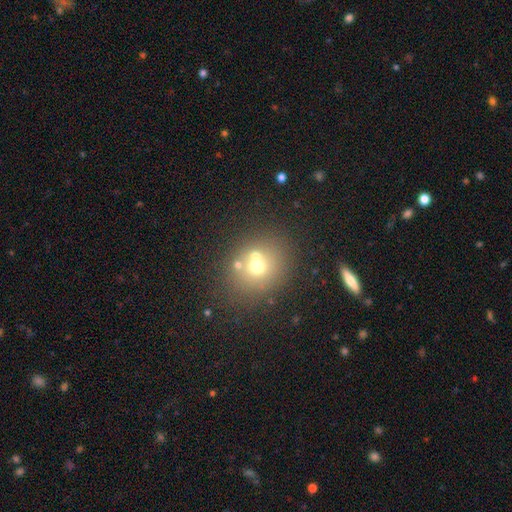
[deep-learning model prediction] Smooth or featured: smooth — 63% (featured or disk — 19%)
How rounded: round — 77% (in between — 23%)
Merging: none — 63% (merger — 22%)